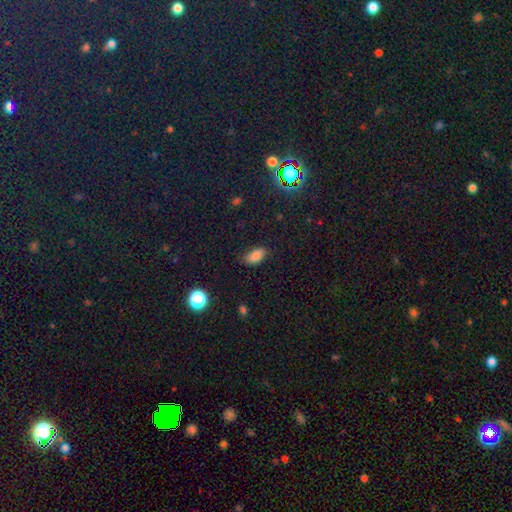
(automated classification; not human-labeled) Smooth or featured?
  - smooth: 82% *
  - star or artifact: 11%
  - featured or disk: 7%
How rounded?
  - in between: 90% *
  - cigar-shaped: 5%
  - round: 5%
Merging?
  - none: 79% *
  - minor disturbance: 17%
  - major disturbance: 4%
  - merger: 1%